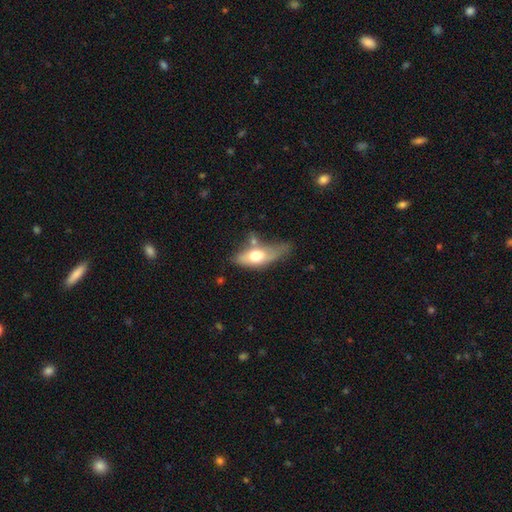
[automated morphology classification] Overall: smooth (59%; featured or disk 34%). How rounded: in between (77%). Merging: none (36%; minor disturbance 30%).